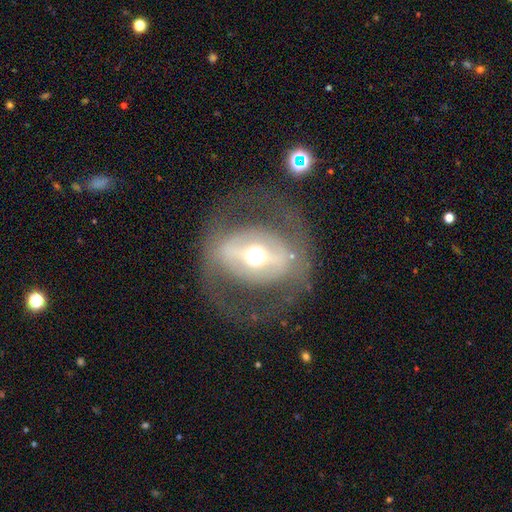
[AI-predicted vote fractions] Smooth or featured: featured or disk — 66% (smooth — 25%)
Edge-on disk: no — 88% (yes — 12%)
Bar: strong — 51% (no — 27%)
Spiral arms: no — 73% (yes — 27%)
Bulge size: moderate — 58% (large — 27%)
Merging: none — 68% (major disturbance — 18%)